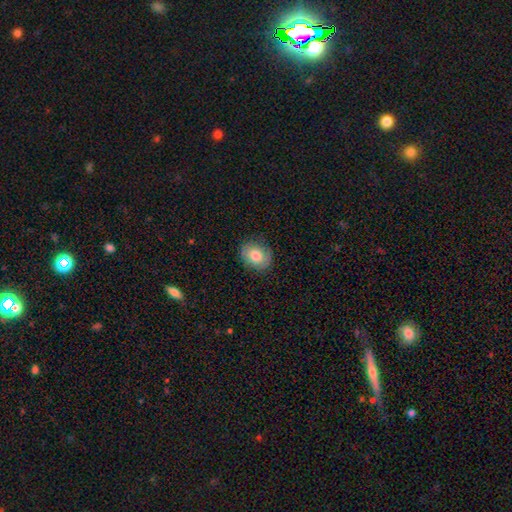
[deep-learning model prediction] smooth-or-featured: smooth: 73% | featured or disk: 19% | star or artifact: 8%
  how-rounded: round: 55% | in between: 44% | cigar-shaped: 1%
  merging: none: 82% | minor disturbance: 14% | major disturbance: 4% | merger: 1%